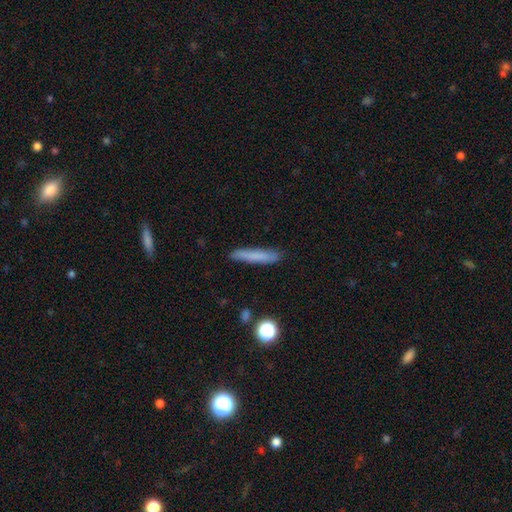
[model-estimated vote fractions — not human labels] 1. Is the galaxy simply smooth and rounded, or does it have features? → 76% smooth, 16% featured or disk, 8% star or artifact.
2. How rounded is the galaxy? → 92% cigar-shaped, 6% in between, 2% round.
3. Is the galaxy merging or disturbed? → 87% none, 9% minor disturbance, 2% major disturbance, 2% merger.